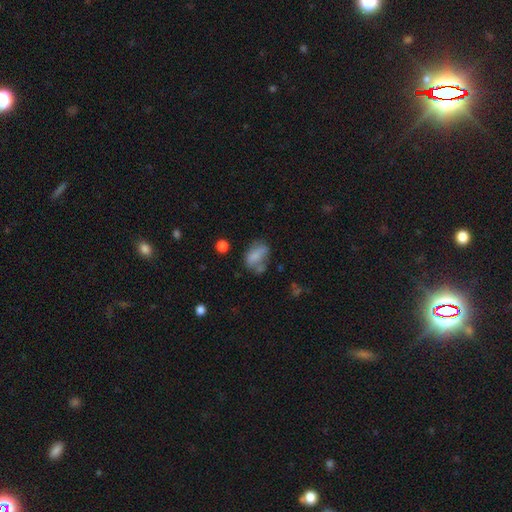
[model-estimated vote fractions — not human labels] A smooth galaxy with no disk features (73%) that is in between round and cigar-shaped (84%).

Vote fractions:
- Smooth or featured? smooth: 73% / featured or disk: 17% / star or artifact: 11%
- How rounded? in between: 84% / round: 13% / cigar-shaped: 3%
- Merging? none: 42% / minor disturbance: 26% / major disturbance: 17% / merger: 15%